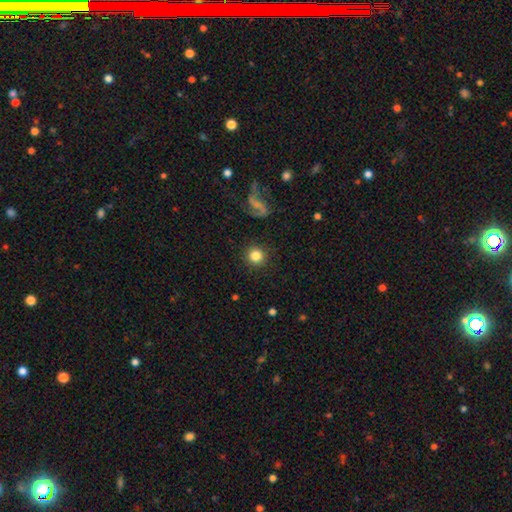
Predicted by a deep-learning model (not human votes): Smooth or featured? smooth (80%)
How rounded? round (94%)
Merging? none (90%)